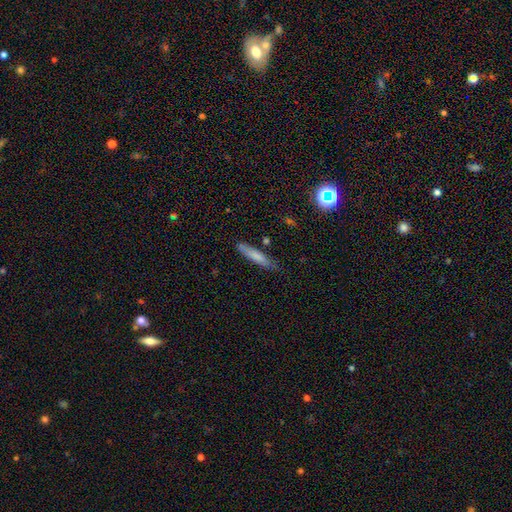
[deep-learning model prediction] Morphology: type=smooth (75%); roundness=cigar-shaped (87%); merging=none (74%).